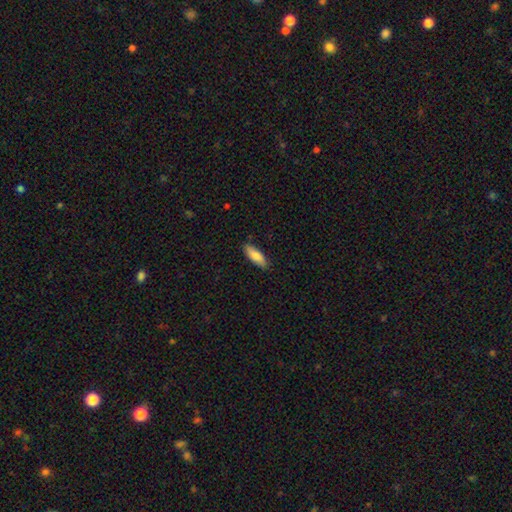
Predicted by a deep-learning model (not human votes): Q: Smooth or featured?
A: smooth (83%); runner-up: featured or disk (12%)
Q: How rounded?
A: in between (60%); runner-up: cigar-shaped (38%)
Q: Merging?
A: none (86%); runner-up: minor disturbance (11%)